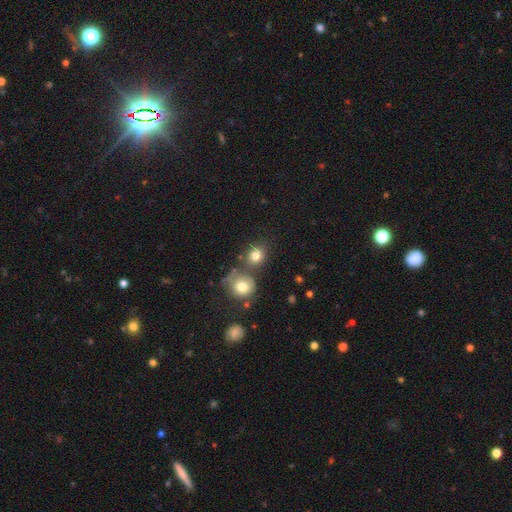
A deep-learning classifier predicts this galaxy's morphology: smooth-or-featured: smooth: 78% | star or artifact: 12% | featured or disk: 10%
  how-rounded: round: 72% | in between: 26% | cigar-shaped: 1%
  merging: none: 61% | merger: 22% | minor disturbance: 12% | major disturbance: 5%